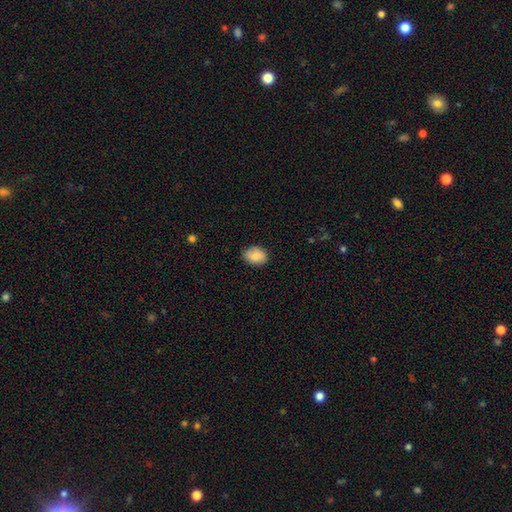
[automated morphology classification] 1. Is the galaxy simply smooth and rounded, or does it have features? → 86% smooth, 7% star or artifact, 7% featured or disk.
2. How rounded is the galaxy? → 67% in between, 32% round, 1% cigar-shaped.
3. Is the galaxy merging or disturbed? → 81% none, 15% minor disturbance, 2% major disturbance, 1% merger.